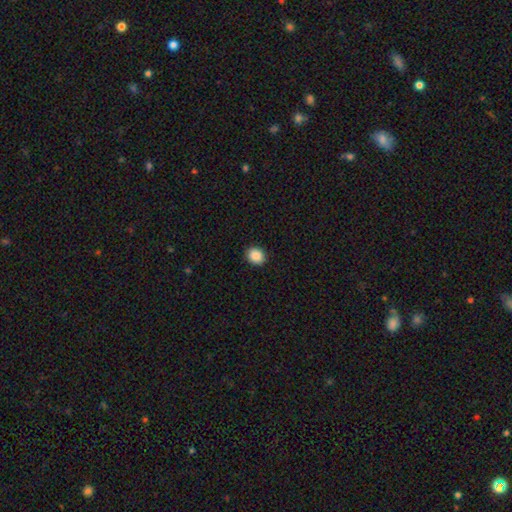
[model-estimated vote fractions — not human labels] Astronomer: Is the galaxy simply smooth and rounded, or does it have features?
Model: smooth — 88%.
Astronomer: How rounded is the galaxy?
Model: round — 65%.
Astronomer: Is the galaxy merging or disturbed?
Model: none — 90%.